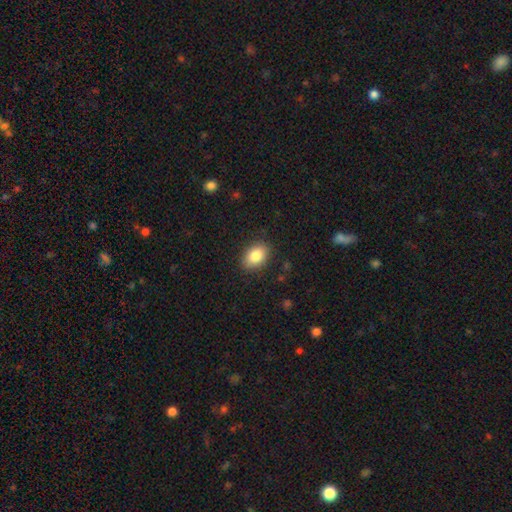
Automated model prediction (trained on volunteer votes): This appears to be a smooth galaxy with no disk features (84%) that is in between round and cigar-shaped (81%). Merging: none (87%).